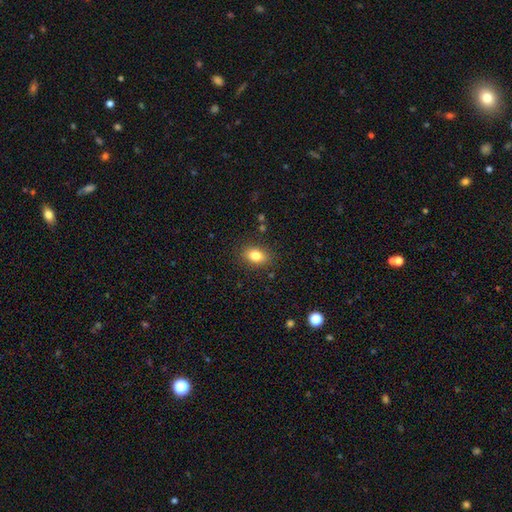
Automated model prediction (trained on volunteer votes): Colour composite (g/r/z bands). It shows a smooth galaxy with no disk features (82%) that is in between round and cigar-shaped (79%). Merging: none (86%).